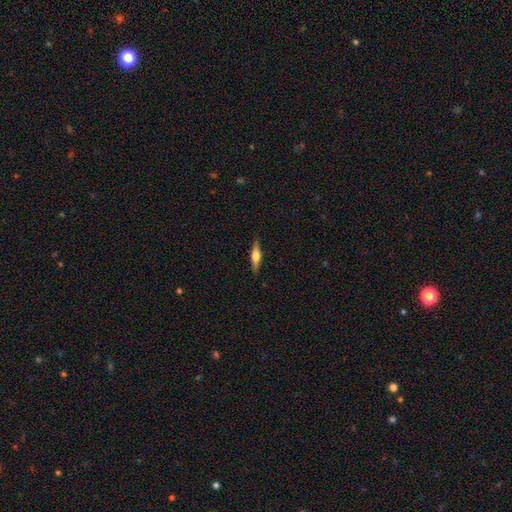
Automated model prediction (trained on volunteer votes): Smooth or featured: featured or disk — 56% (smooth — 37%)
Edge-on disk: yes — 96% (no — 4%)
Edge-on bulge: rounded — 86% (boxy — 11%)
Merging: none — 87% (minor disturbance — 9%)